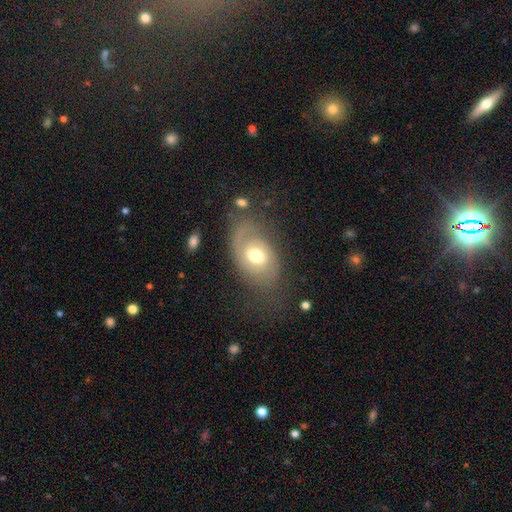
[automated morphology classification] A featured or disk galaxy (60%) with no bar (66%), spiral arms (79%) and a moderate central bulge (70%). Merging: none (54%).